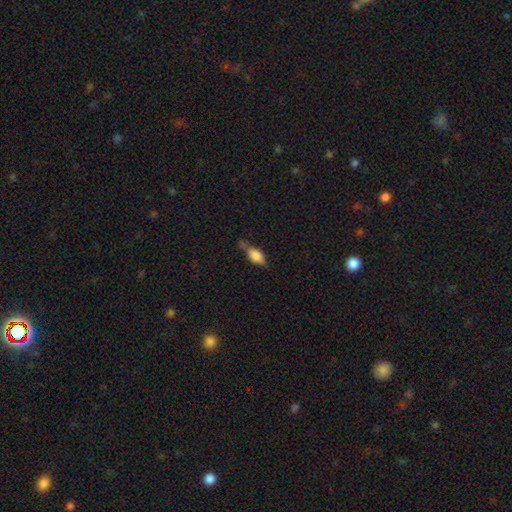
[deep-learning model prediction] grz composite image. It shows a smooth galaxy with no disk features (65%) that is in between round and cigar-shaped (78%). Merging: none (49%).